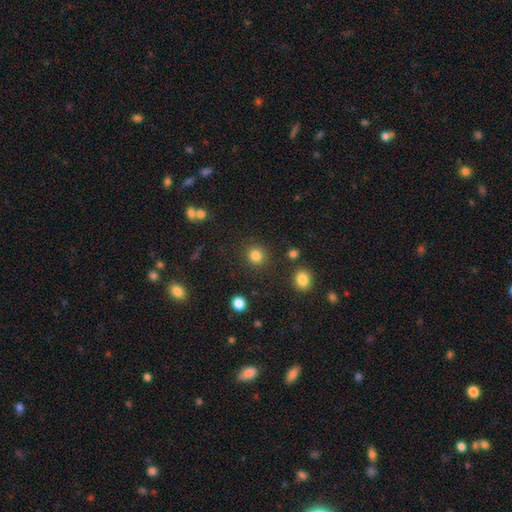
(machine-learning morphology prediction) Q: Smooth or featured?
A: smooth (83%); runner-up: star or artifact (12%)
Q: How rounded?
A: round (91%); runner-up: in between (8%)
Q: Merging?
A: none (89%); runner-up: minor disturbance (6%)